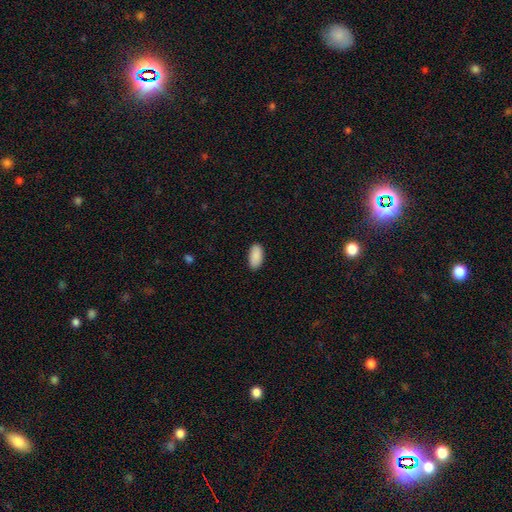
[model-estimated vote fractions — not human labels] Smooth or featured?
  - smooth: 91% *
  - star or artifact: 6%
  - featured or disk: 3%
How rounded?
  - in between: 94% *
  - cigar-shaped: 4%
  - round: 2%
Merging?
  - none: 89% *
  - minor disturbance: 8%
  - major disturbance: 2%
  - merger: 1%